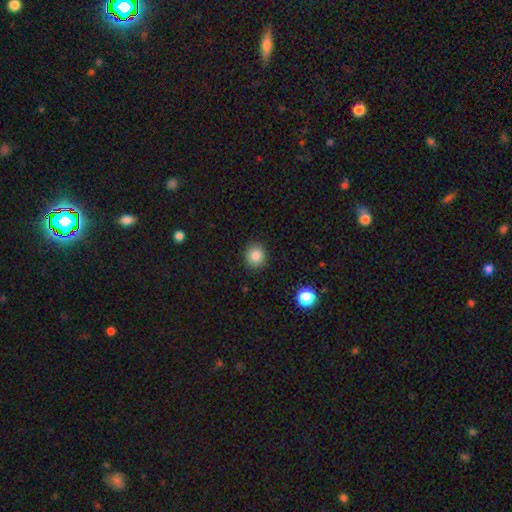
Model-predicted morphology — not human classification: smooth_or_featured: smooth (p=0.84) [alt: star or artifact p=0.11]
how_rounded: round (p=0.83) [alt: in between p=0.16]
merging: none (p=0.91) [alt: minor disturbance p=0.06]